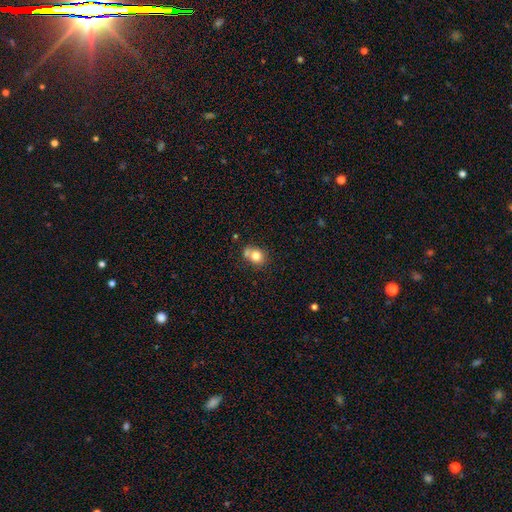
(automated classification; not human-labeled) The model was most divided on "merging": none: 51%, merger: 29%, minor disturbance: 15%, major disturbance: 5%. More confident: smooth or featured — smooth (78%); how rounded — round (70%).